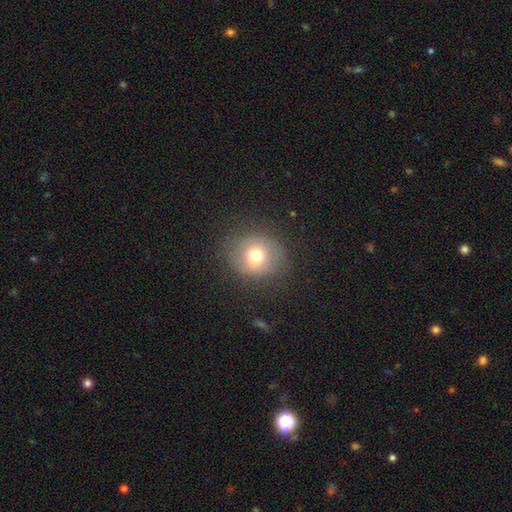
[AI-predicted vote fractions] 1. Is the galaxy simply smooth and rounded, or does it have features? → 69% smooth, 18% featured or disk, 13% star or artifact.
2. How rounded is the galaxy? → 83% round, 16% in between, 1% cigar-shaped.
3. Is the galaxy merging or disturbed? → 79% none, 13% minor disturbance, 7% major disturbance, 1% merger.